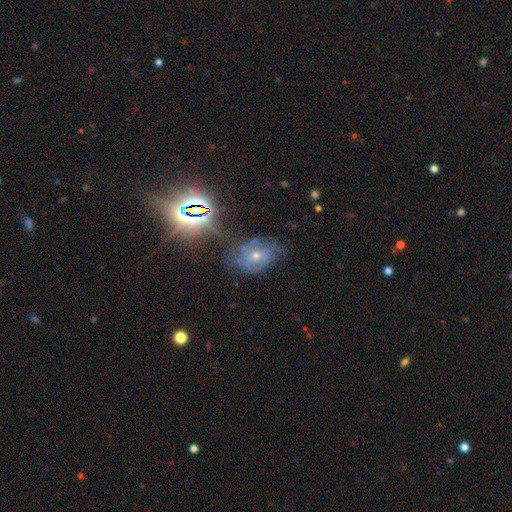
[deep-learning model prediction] Smooth or featured: featured or disk — 51% (star or artifact — 33%)
Edge-on disk: no — 94% (yes — 6%)
Merging: none — 59% (minor disturbance — 25%)